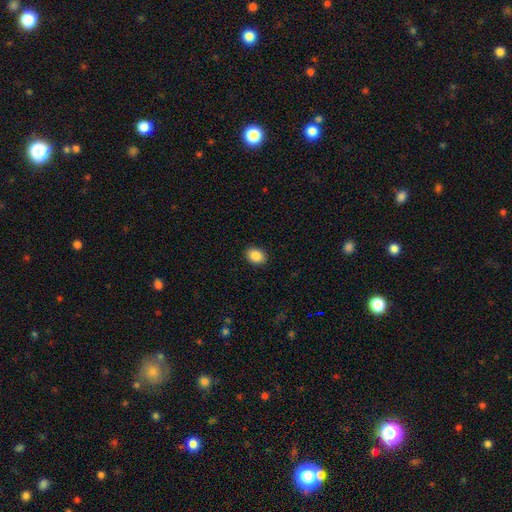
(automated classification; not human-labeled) A smooth galaxy with no disk features (89%) that is in between round and cigar-shaped (66%).

Vote fractions:
- Smooth or featured? smooth: 89% / star or artifact: 8% / featured or disk: 3%
- How rounded? in between: 66% / round: 33% / cigar-shaped: 1%
- Merging? none: 90% / minor disturbance: 7% / major disturbance: 2% / merger: 1%